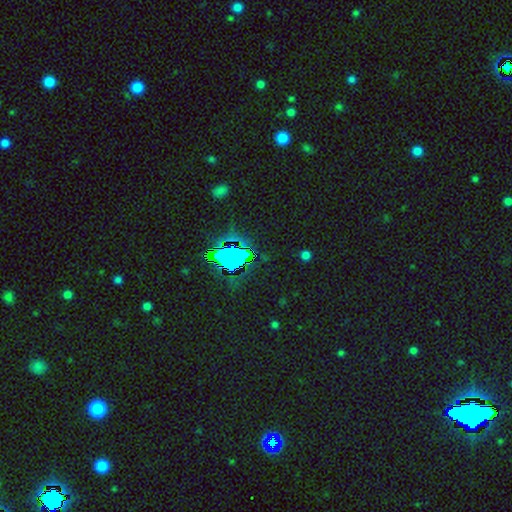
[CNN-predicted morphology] Smooth or featured? Predicted: star or artifact (p=0.74).